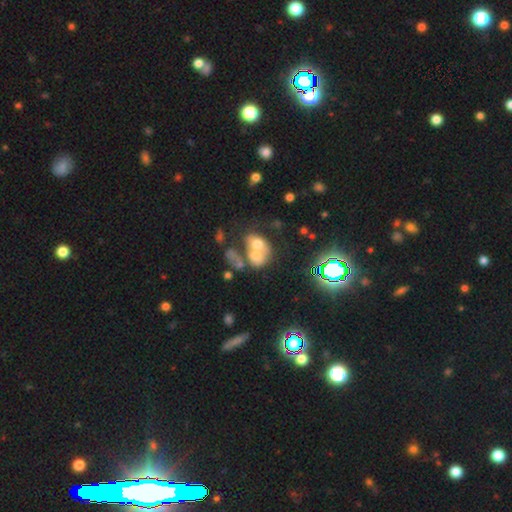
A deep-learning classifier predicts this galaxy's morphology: type=smooth (51%); roundness=in between (60%); merging=merger (68%).